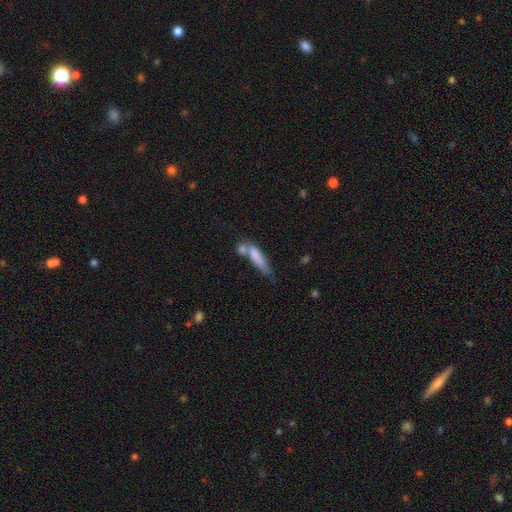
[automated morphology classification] A smooth galaxy with no disk features (75%) that is cigar-shaped (68%).

Vote fractions:
- Smooth or featured? smooth: 75% / featured or disk: 17% / star or artifact: 7%
- How rounded? cigar-shaped: 68% / in between: 29% / round: 3%
- Merging? merger: 38% / none: 34% / minor disturbance: 18% / major disturbance: 9%